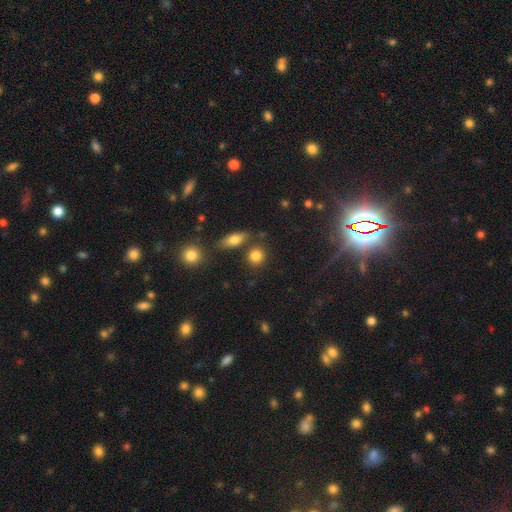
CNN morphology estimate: This appears to be a smooth galaxy with no disk features (83%) that is round (78%). Merging: none (76%).